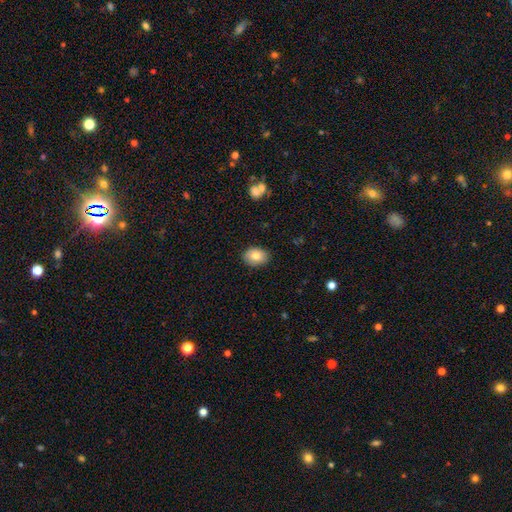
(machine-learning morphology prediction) Smooth or featured? smooth (83%)
How rounded? in between (72%)
Merging? none (87%)